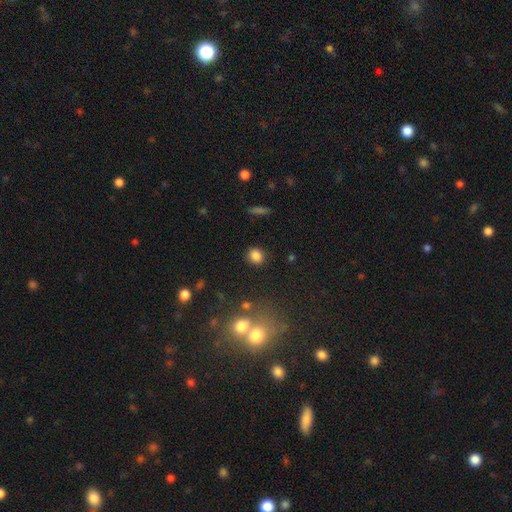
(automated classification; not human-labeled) Morphology: type=smooth (83%); roundness=round (65%); merging=none (86%).